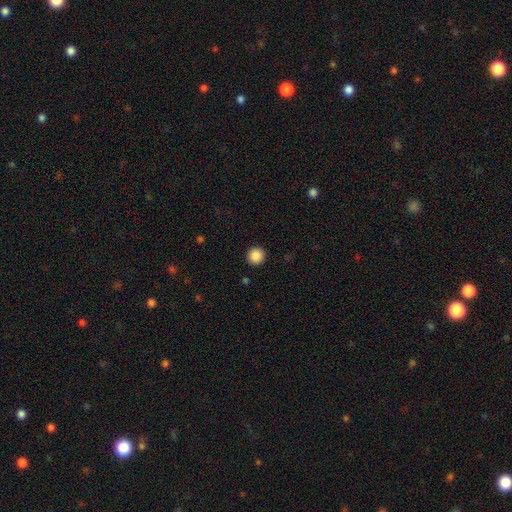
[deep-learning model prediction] Morphology: type=smooth (88%); roundness=round (95%); merging=none (93%).